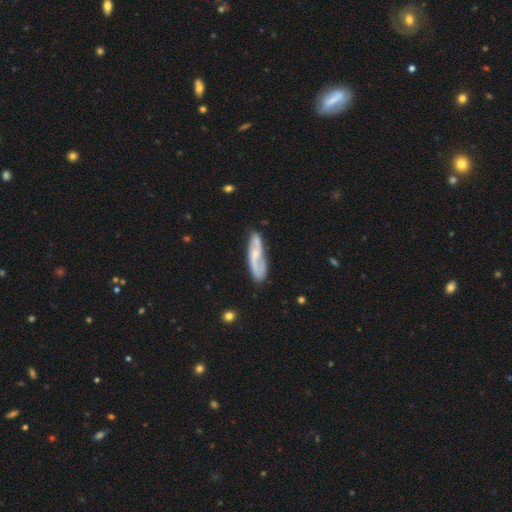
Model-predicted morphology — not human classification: A featured or disk galaxy (66%) with no bar (50%), spiral arms (84%) and a small central bulge (59%).

Vote fractions:
- Smooth or featured? featured or disk: 66% / smooth: 28% / star or artifact: 6%
- Edge-on disk? no: 79% / yes: 21%
- Bar? no: 50% / weak: 36% / strong: 14%
- Spiral arms? yes: 84% / no: 16%
- Bulge size? small: 59% / moderate: 28% / none: 10% / large: 2% / dominant: 1%
- Merging? none: 68% / minor disturbance: 21% / major disturbance: 7% / merger: 4%